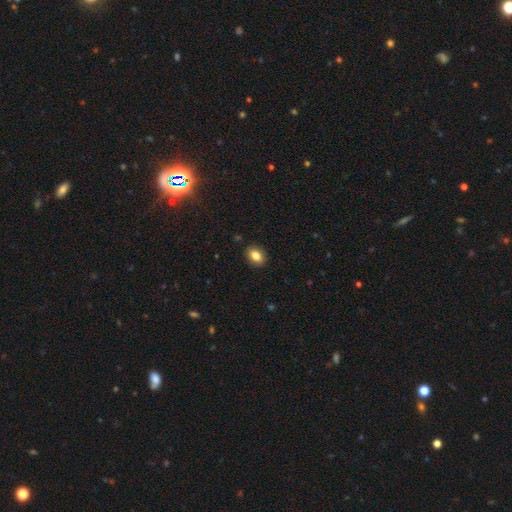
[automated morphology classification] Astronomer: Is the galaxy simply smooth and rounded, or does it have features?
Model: smooth — 85%.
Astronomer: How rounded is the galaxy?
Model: in between — 73%.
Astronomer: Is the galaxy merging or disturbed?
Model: none — 90%.